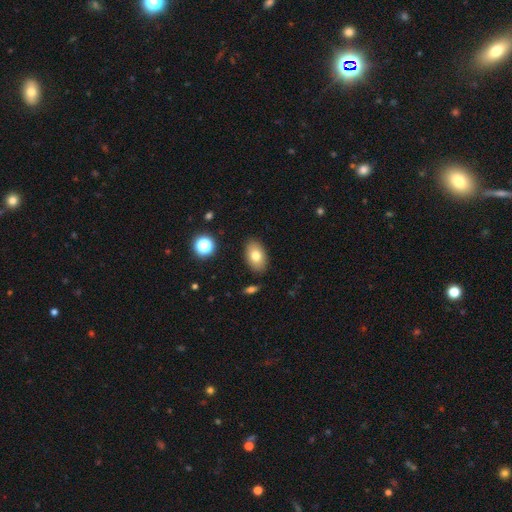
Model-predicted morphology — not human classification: Smooth or featured? Predicted: smooth (p=0.76). How rounded? Predicted: in between (p=0.89). Merging? Predicted: none (p=0.86).